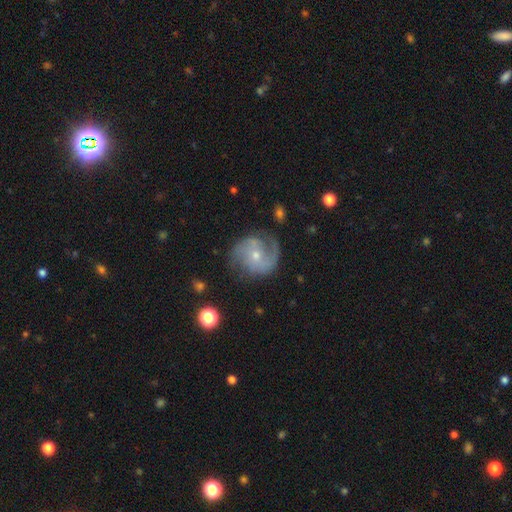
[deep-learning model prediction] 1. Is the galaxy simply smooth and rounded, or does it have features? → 82% featured or disk, 12% smooth, 6% star or artifact.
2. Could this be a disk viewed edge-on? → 98% no, 2% yes.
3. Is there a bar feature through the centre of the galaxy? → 64% no, 29% weak, 7% strong.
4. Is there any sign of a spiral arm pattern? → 94% yes, 6% no.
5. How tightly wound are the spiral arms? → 48% medium, 28% tight, 25% loose.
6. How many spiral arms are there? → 74% 2, 9% can't tell, 9% 1, 5% 3, 2% 4, 2% more than 4.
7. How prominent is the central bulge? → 64% small, 32% moderate, 2% none, 1% large, 1% dominant.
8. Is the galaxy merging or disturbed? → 69% none, 19% minor disturbance, 11% major disturbance, 2% merger.